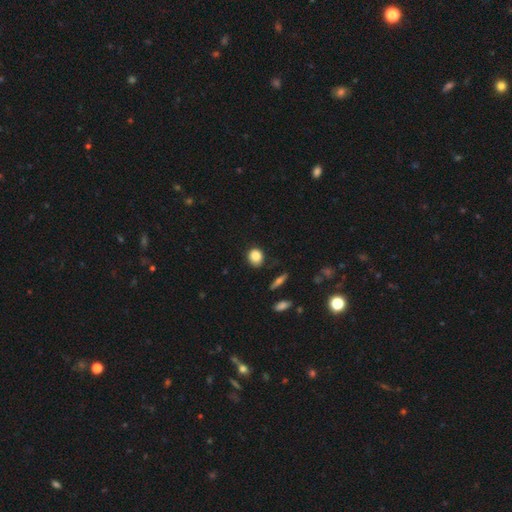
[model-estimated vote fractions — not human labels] Overall: smooth (85%). How rounded: round (76%). Merging: none (83%).